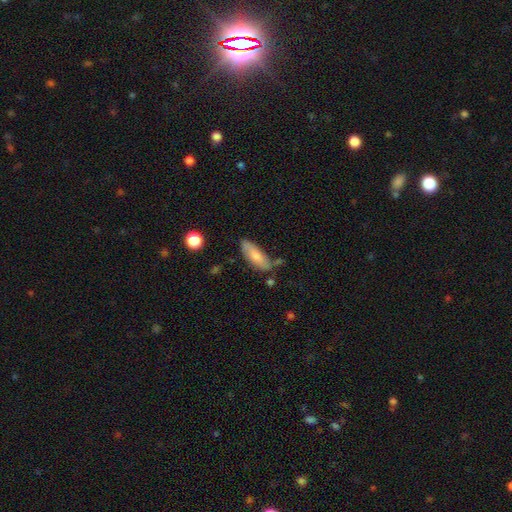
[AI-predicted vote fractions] The model was most divided on "how rounded": in between: 69%, cigar-shaped: 29%, round: 2%. More confident: smooth or featured — smooth (76%); merging — none (65%).